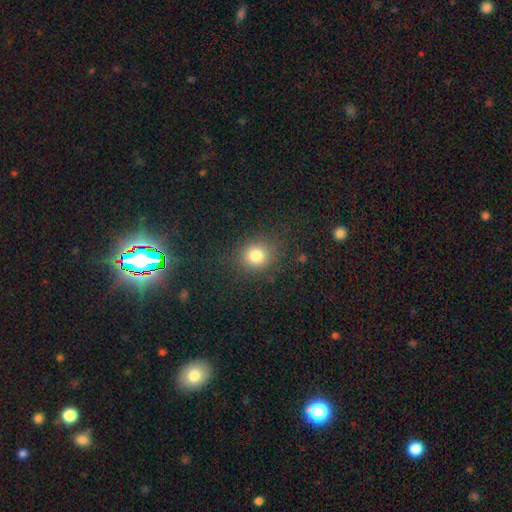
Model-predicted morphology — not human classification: Smooth or featured? smooth (80%)
How rounded? round (80%)
Merging? none (84%)